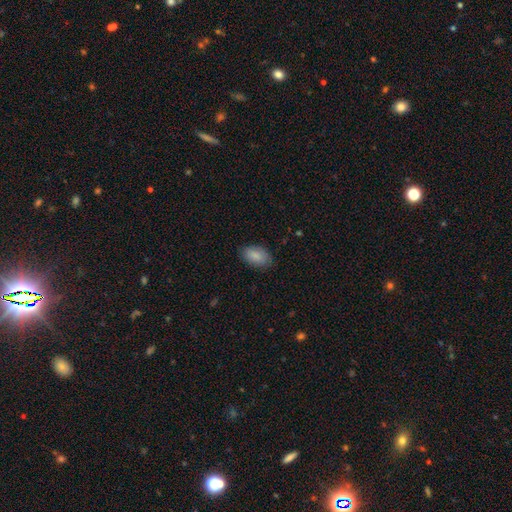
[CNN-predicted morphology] A smooth galaxy with no disk features (87%) that is in between round and cigar-shaped (93%). Merging: none (83%).